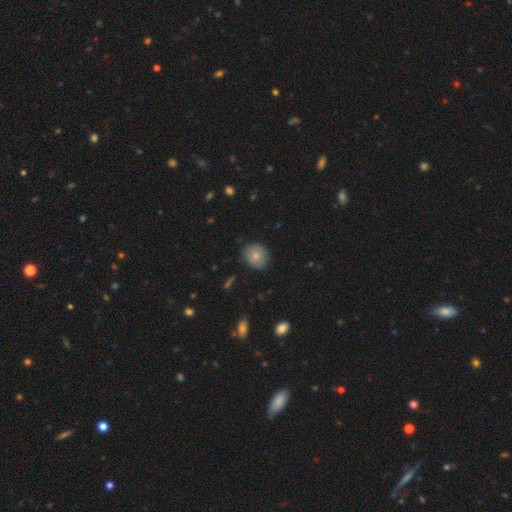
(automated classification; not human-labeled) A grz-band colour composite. It shows a smooth galaxy with no disk features (80%) that is round (78%). Merging: none (84%).